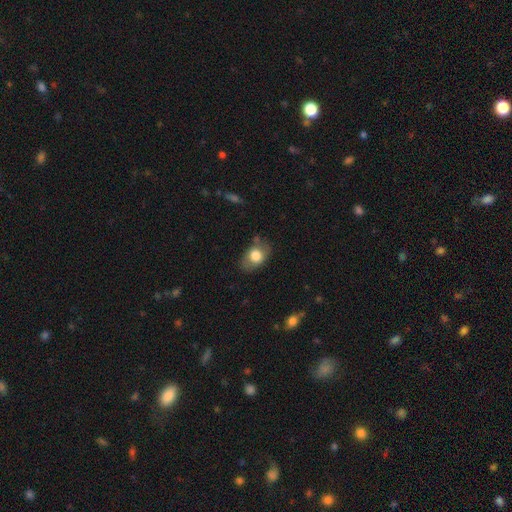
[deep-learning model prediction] This is likely a smooth galaxy (75%). How rounded: likely in between (77%). Merging: likely none (67%).